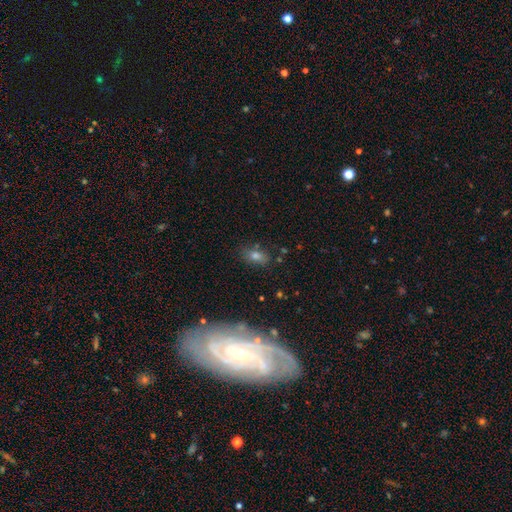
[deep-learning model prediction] Q: Smooth or featured?
A: smooth (63%); runner-up: star or artifact (22%)
Q: How rounded?
A: in between (77%); runner-up: round (19%)
Q: Merging?
A: none (78%); runner-up: minor disturbance (14%)